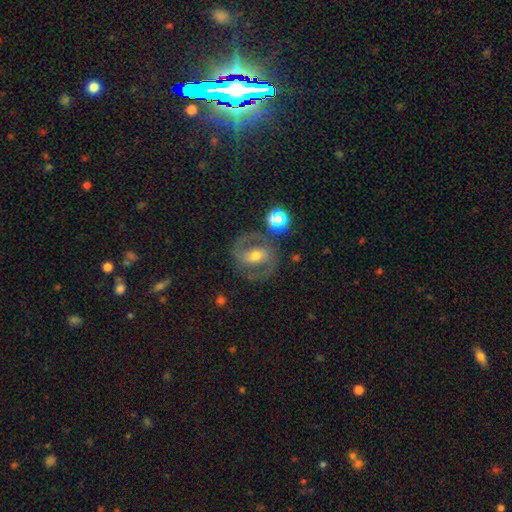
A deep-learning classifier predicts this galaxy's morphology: smooth_or_featured: featured or disk (p=0.78) [alt: smooth p=0.14]
disk_edge_on: no (p=0.97) [alt: yes p=0.03]
bar: weak (p=0.42) [alt: strong p=0.30]
has_spiral_arms: yes (p=0.88) [alt: no p=0.12]
spiral_winding: medium (p=0.59) [alt: tight p=0.22]
spiral_arm_count: 2 (p=0.91) [alt: can't tell p=0.04]
bulge_size: moderate (p=0.66) [alt: small p=0.24]
merging: none (p=0.75) [alt: minor disturbance p=0.13]